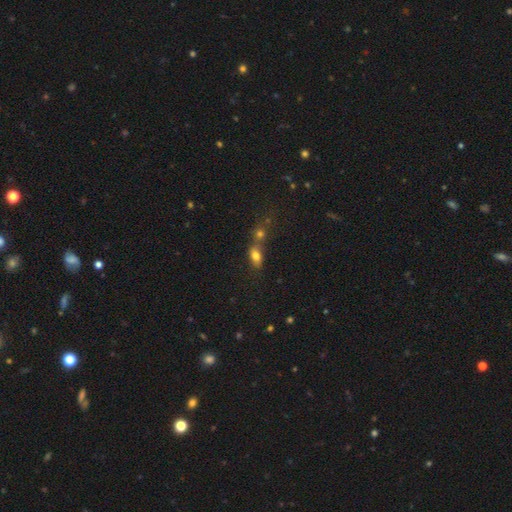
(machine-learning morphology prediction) This is likely a smooth galaxy (75%). How rounded: likely in between (76%). Merging: possibly merger (49%).